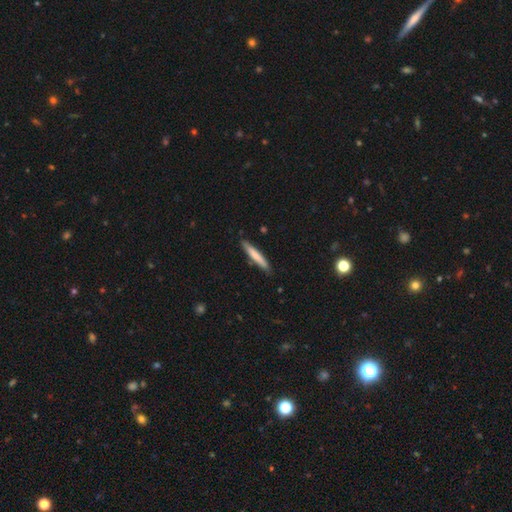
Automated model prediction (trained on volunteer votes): Smooth or featured? smooth (72%)
How rounded? cigar-shaped (94%)
Merging? none (85%)